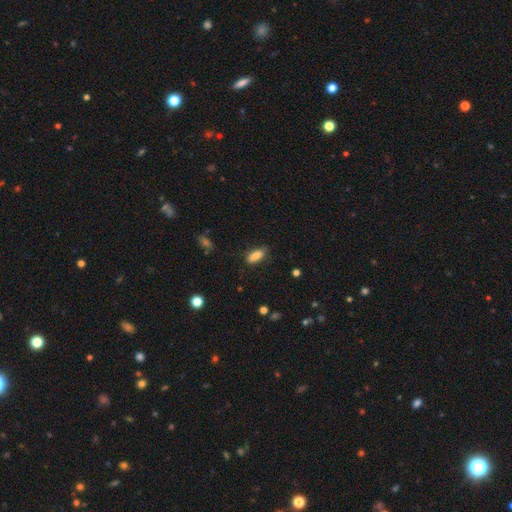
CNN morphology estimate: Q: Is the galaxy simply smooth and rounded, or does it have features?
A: smooth — 84%.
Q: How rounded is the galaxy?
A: in between — 80%.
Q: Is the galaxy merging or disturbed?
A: none — 74%.